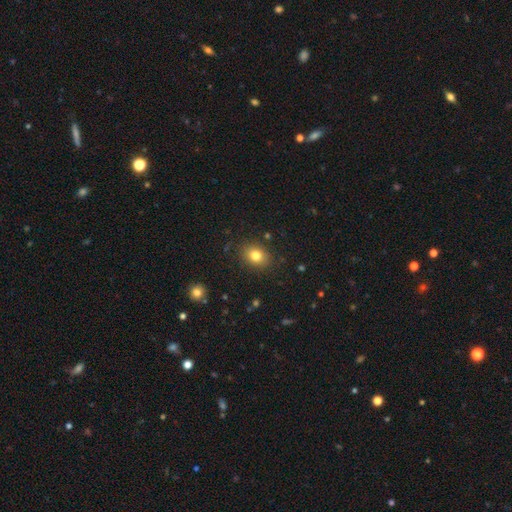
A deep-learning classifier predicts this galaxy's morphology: Smooth or featured?
  - smooth: 80% *
  - star or artifact: 11%
  - featured or disk: 9%
How rounded?
  - in between: 57% *
  - round: 42%
  - cigar-shaped: 1%
Merging?
  - none: 86% *
  - minor disturbance: 10%
  - major disturbance: 3%
  - merger: 1%